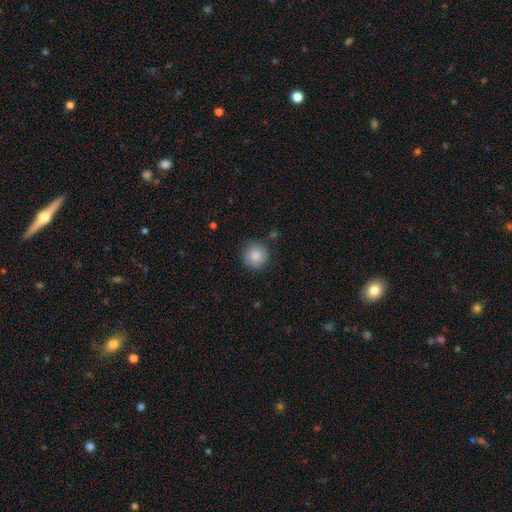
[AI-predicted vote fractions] The model was most divided on "merging": none: 81%, minor disturbance: 14%, major disturbance: 3%, merger: 2%. More confident: how rounded — round (94%); smooth or featured — smooth (85%).